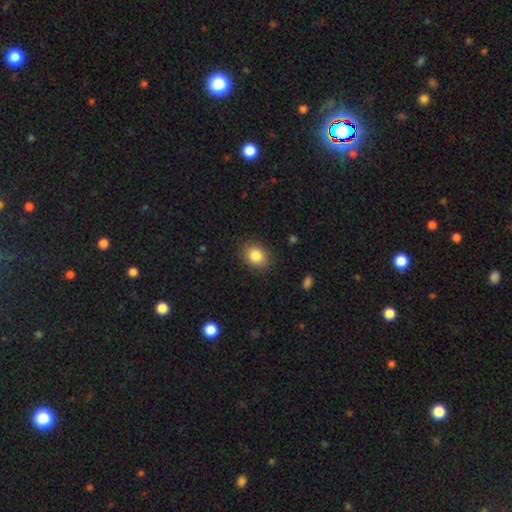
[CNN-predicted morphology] A smooth galaxy with no disk features (85%) that is round (53%).

Vote fractions:
- Smooth or featured? smooth: 85% / star or artifact: 9% / featured or disk: 6%
- How rounded? round: 53% / in between: 46% / cigar-shaped: 1%
- Merging? none: 87% / minor disturbance: 9% / major disturbance: 3% / merger: 1%